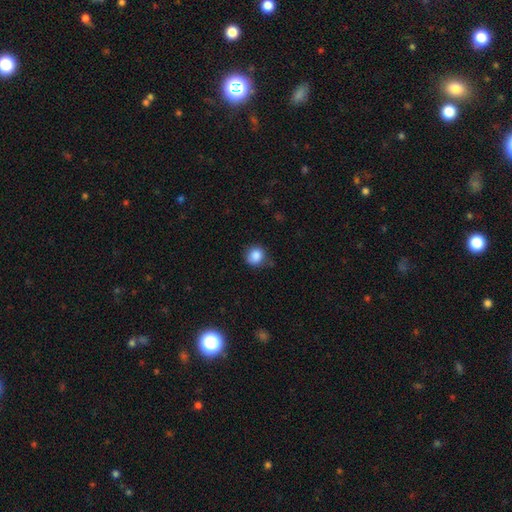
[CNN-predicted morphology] Smooth or featured: smooth — 87% (star or artifact — 9%)
How rounded: round — 82% (in between — 17%)
Merging: none — 76% (minor disturbance — 18%)